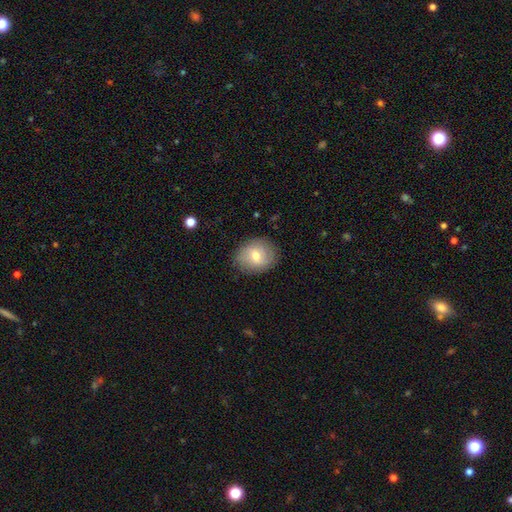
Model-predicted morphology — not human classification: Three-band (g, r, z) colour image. It shows a smooth galaxy with no disk features (63%) that is round (64%). Merging: none (83%).